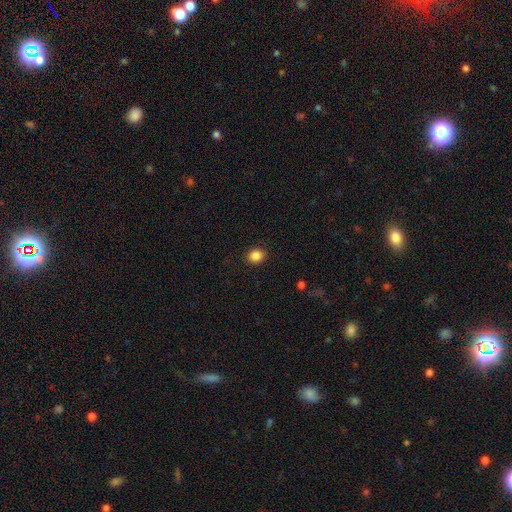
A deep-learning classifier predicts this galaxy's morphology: Smooth or featured?
  - smooth: 87% *
  - star or artifact: 10%
  - featured or disk: 4%
How rounded?
  - round: 59% *
  - in between: 40%
  - cigar-shaped: 1%
Merging?
  - none: 90% *
  - minor disturbance: 7%
  - major disturbance: 2%
  - merger: 1%